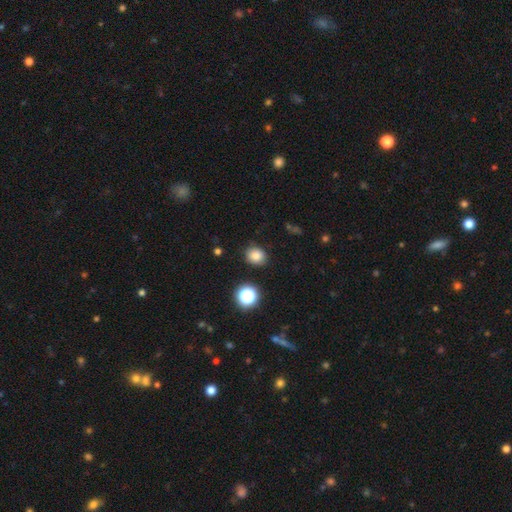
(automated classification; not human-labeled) The model was most divided on "how rounded": round: 63%, in between: 36%, cigar-shaped: 1%. More confident: merging — none (85%); smooth or featured — smooth (81%).